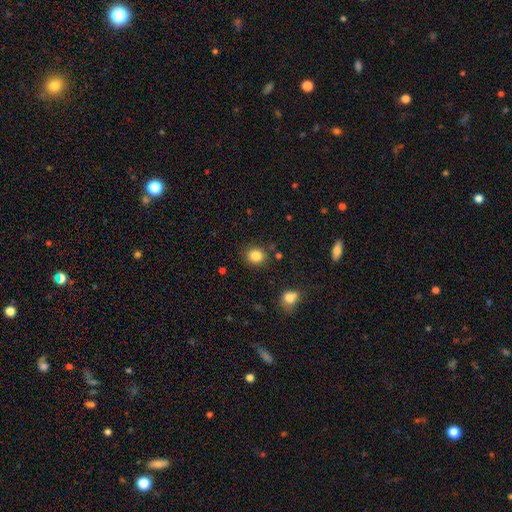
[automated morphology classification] Q: Smooth or featured?
A: smooth (84%); runner-up: star or artifact (11%)
Q: How rounded?
A: round (77%); runner-up: in between (22%)
Q: Merging?
A: none (85%); runner-up: minor disturbance (9%)